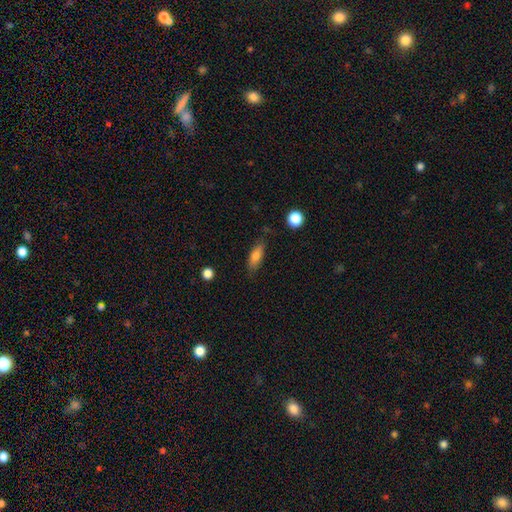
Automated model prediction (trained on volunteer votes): Smooth or featured? smooth (79%)
How rounded? in between (70%)
Merging? none (75%)